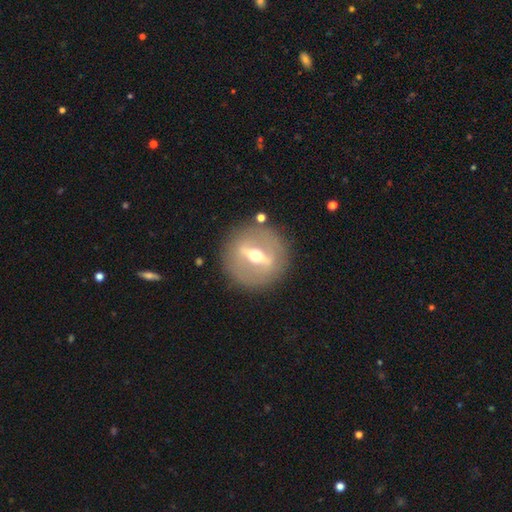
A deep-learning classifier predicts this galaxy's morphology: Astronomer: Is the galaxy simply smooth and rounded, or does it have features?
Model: featured or disk — 79%.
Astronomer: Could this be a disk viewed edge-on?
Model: no — 58% (runner-up: yes, 42%).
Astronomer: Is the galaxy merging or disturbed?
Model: none — 86%.